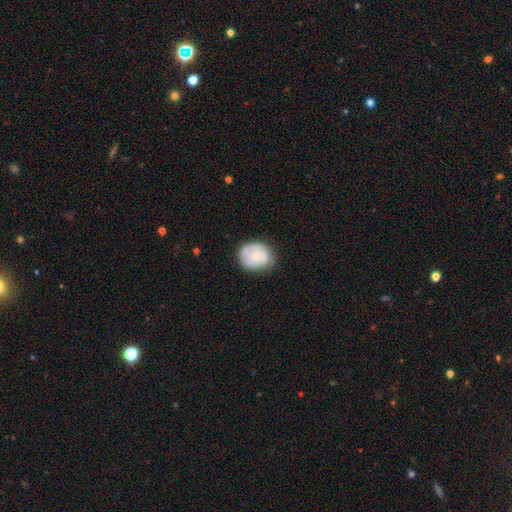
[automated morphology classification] Smooth or featured? smooth (47%)
Merging? none (73%)